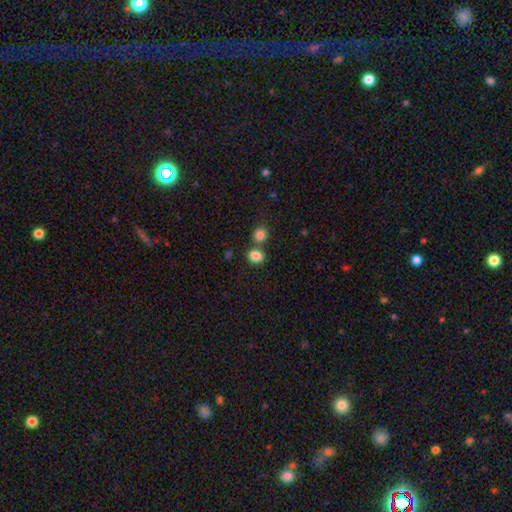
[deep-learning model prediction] Smooth or featured? Predicted: smooth (p=0.84). How rounded? Predicted: round (p=0.66). Merging? Predicted: none (p=0.64).